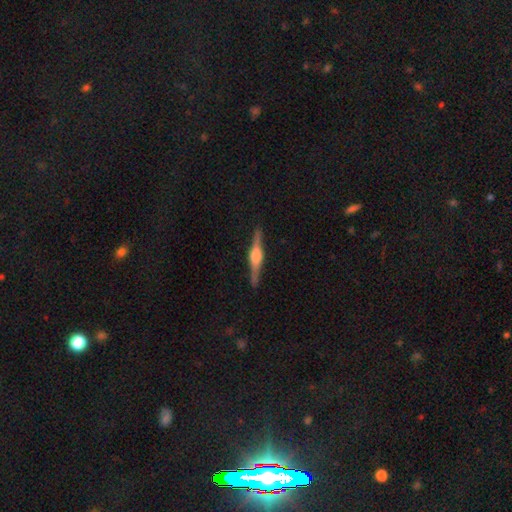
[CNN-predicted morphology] smooth-or-featured: featured or disk: 83% | smooth: 12% | star or artifact: 5%
  disk-edge-on: yes: 98% | no: 2%
    edge-on-bulge: rounded: 83% | boxy: 14% | none: 2%
  merging: none: 90% | minor disturbance: 7% | major disturbance: 2% | merger: 1%